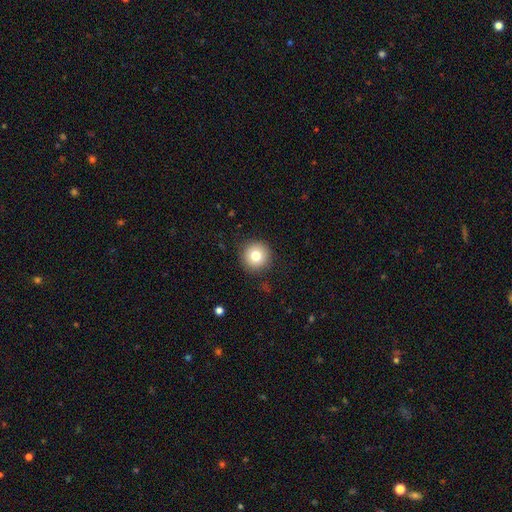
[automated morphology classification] This appears to be a smooth galaxy with no disk features (78%) that is round (95%). Merging: none (90%).